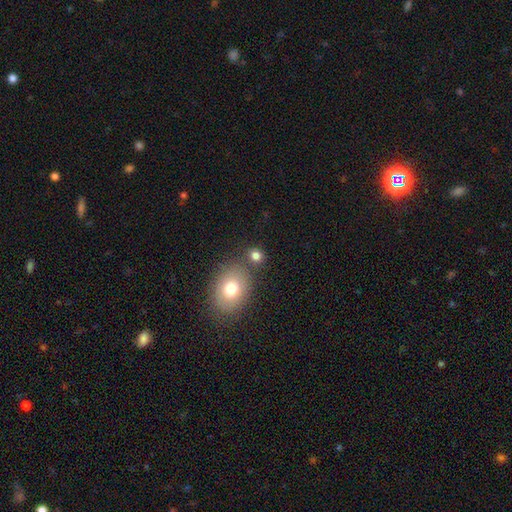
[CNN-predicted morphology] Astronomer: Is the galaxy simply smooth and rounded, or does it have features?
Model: smooth — 80%.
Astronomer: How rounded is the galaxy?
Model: round — 71%.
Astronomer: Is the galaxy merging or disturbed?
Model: none — 70%.